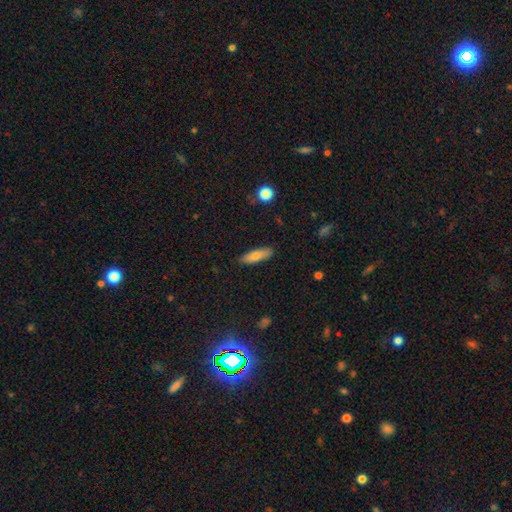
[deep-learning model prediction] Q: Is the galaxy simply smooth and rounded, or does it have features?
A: smooth — 73%.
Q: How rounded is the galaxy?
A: cigar-shaped — 55%.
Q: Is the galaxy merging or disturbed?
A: none — 87%.